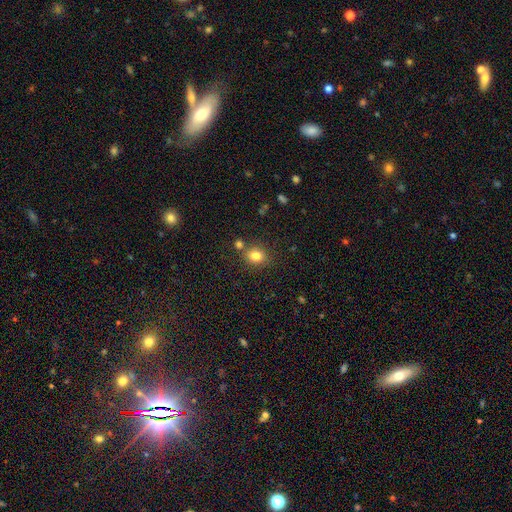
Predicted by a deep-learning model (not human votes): smooth-or-featured: smooth: 81% | star or artifact: 12% | featured or disk: 7%
  how-rounded: round: 67% | in between: 32% | cigar-shaped: 1%
  merging: none: 74% | merger: 13% | minor disturbance: 10% | major disturbance: 3%